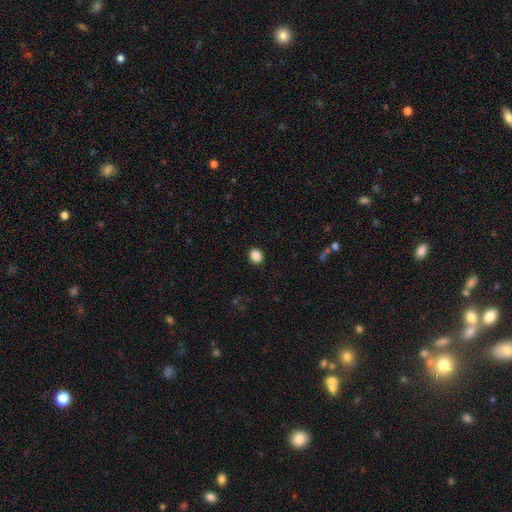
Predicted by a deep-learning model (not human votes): A smooth galaxy with no disk features (87%) that is round (59%).

Vote fractions:
- Smooth or featured? smooth: 87% / star or artifact: 10% / featured or disk: 3%
- How rounded? round: 59% / in between: 40% / cigar-shaped: 1%
- Merging? none: 91% / minor disturbance: 6% / major disturbance: 2% / merger: 1%